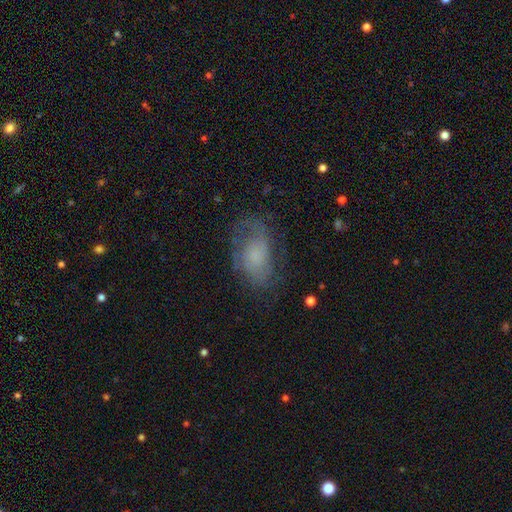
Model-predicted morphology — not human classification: smooth-or-featured: featured or disk: 54% | smooth: 36% | star or artifact: 10%
  disk-edge-on: no: 96% | yes: 4%
    bar: no: 76% | weak: 21% | strong: 3%
    has-spiral-arms: yes: 78% | no: 22%
    bulge-size: none: 32% | small: 30% | moderate: 22% | large: 12% | dominant: 3%
  merging: none: 60% | minor disturbance: 22% | major disturbance: 16% | merger: 1%